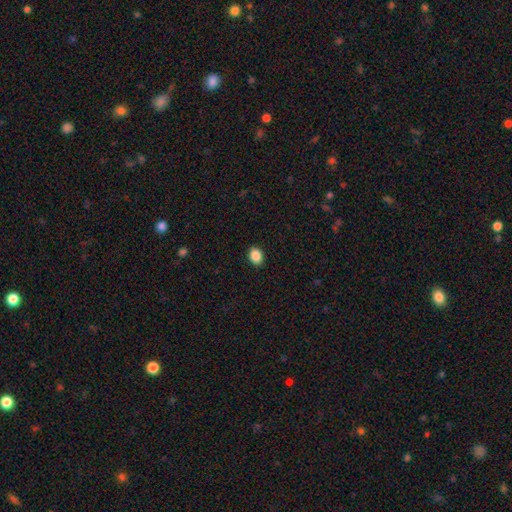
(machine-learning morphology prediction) smooth_or_featured: smooth (p=0.88) [alt: star or artifact p=0.08]
how_rounded: in between (p=0.69) [alt: round p=0.30]
merging: none (p=0.91) [alt: minor disturbance p=0.07]